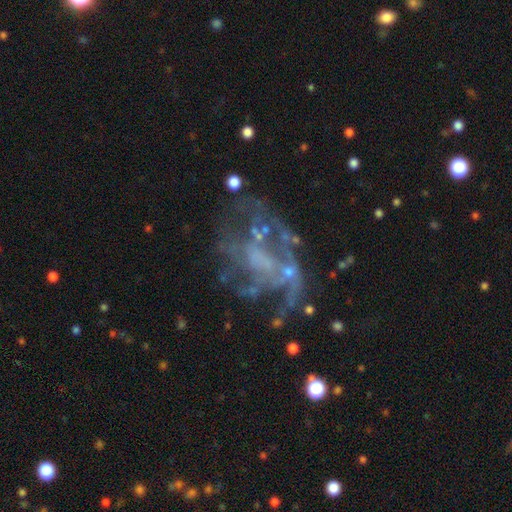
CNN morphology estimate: Smooth or featured?
  - featured or disk: 72% *
  - star or artifact: 15%
  - smooth: 12%
Edge-on disk?
  - no: 97% *
  - yes: 3%
Bar?
  - no: 71% *
  - weak: 22%
  - strong: 7%
Spiral arms?
  - no: 54% *
  - yes: 46%
Bulge size?
  - none: 56% *
  - small: 28%
  - moderate: 13%
  - large: 2%
  - dominant: 1%
Merging?
  - none: 38% * (tied)
  - major disturbance: 38% * (tied)
  - minor disturbance: 16%
  - merger: 8%